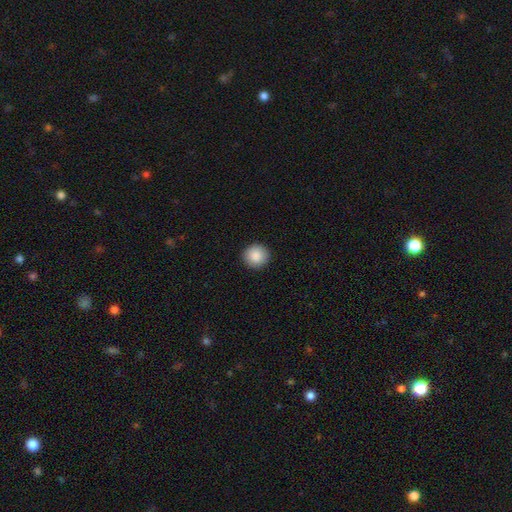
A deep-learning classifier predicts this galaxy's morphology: A smooth galaxy with no disk features (88%) that is round (93%). Merging: none (92%).